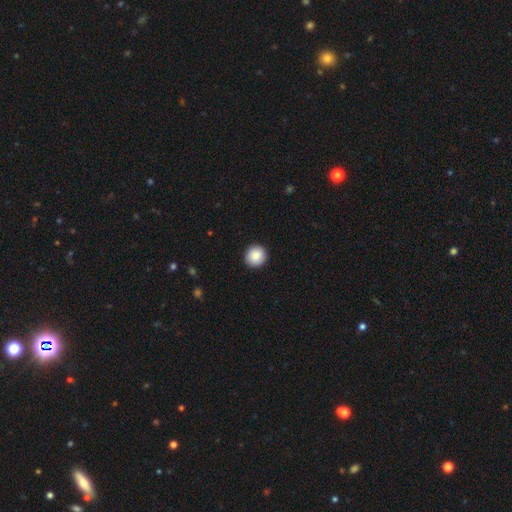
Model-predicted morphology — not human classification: Smooth or featured? smooth (86%)
How rounded? round (92%)
Merging? none (92%)